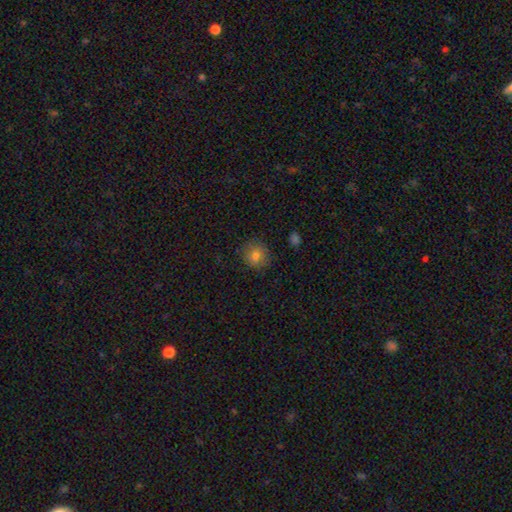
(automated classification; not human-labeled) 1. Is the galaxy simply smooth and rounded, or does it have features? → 81% smooth, 11% star or artifact, 8% featured or disk.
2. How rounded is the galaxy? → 87% round, 12% in between, 1% cigar-shaped.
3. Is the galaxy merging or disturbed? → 86% none, 10% minor disturbance, 3% major disturbance, 1% merger.